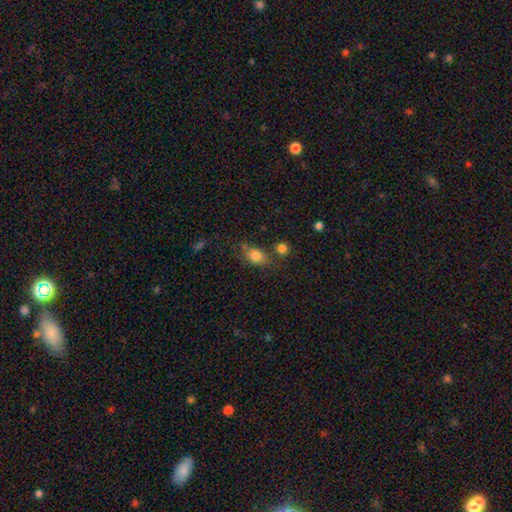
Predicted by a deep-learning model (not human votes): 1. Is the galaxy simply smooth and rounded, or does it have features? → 79% smooth, 11% star or artifact, 10% featured or disk.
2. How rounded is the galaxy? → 70% in between, 26% round, 4% cigar-shaped.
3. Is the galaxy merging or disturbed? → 59% none, 19% minor disturbance, 16% merger, 6% major disturbance.